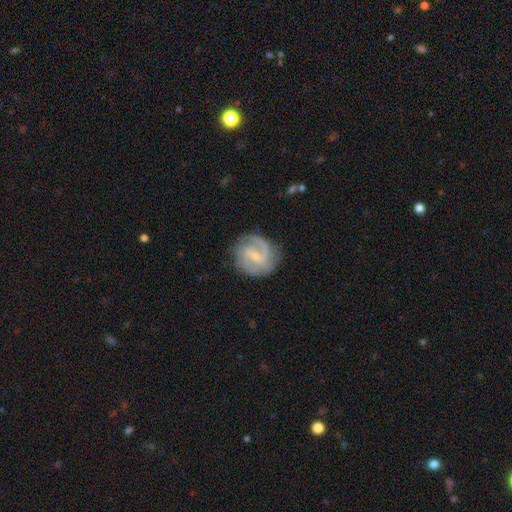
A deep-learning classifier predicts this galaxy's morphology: smooth_or_featured: featured or disk (p=0.85) [alt: smooth p=0.11]
disk_edge_on: no (p=0.98) [alt: yes p=0.02]
bar: weak (p=0.59) [alt: no p=0.23]
has_spiral_arms: yes (p=0.96) [alt: no p=0.04]
spiral_winding: medium (p=0.50) [alt: tight p=0.29]
spiral_arm_count: 2 (p=0.71) [alt: can't tell p=0.10]
bulge_size: small (p=0.68) [alt: moderate p=0.20]
merging: none (p=0.75) [alt: minor disturbance p=0.17]